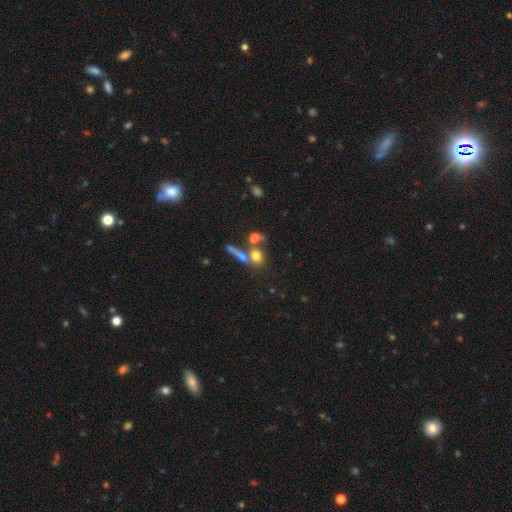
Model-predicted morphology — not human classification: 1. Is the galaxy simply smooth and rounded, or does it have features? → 70% smooth, 16% featured or disk, 13% star or artifact.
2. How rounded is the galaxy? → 66% round, 27% in between, 6% cigar-shaped.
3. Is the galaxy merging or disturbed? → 46% none, 38% merger, 9% minor disturbance, 7% major disturbance.